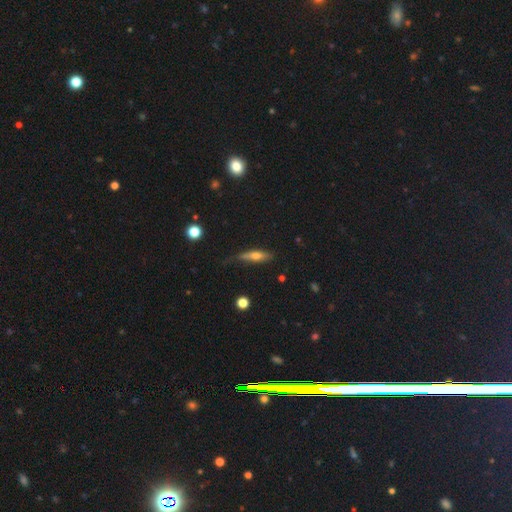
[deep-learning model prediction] This is possibly a smooth galaxy (53%). How rounded: likely cigar-shaped (64%). Merging: possibly none (55%).